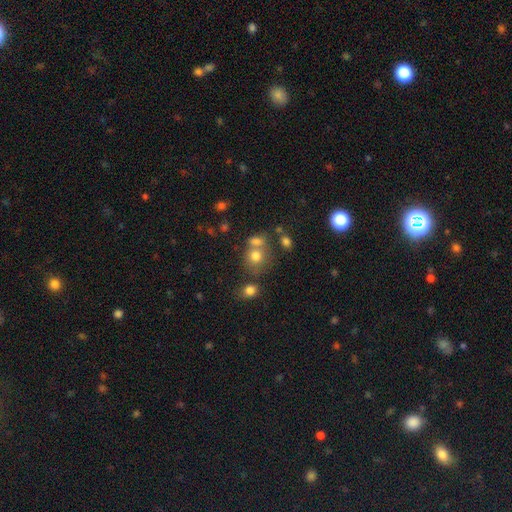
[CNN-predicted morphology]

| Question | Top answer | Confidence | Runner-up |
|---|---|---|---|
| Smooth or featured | smooth | 75% | star or artifact (14%) |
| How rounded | round | 73% | in between (26%) |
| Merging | none | 48% | merger (34%) |